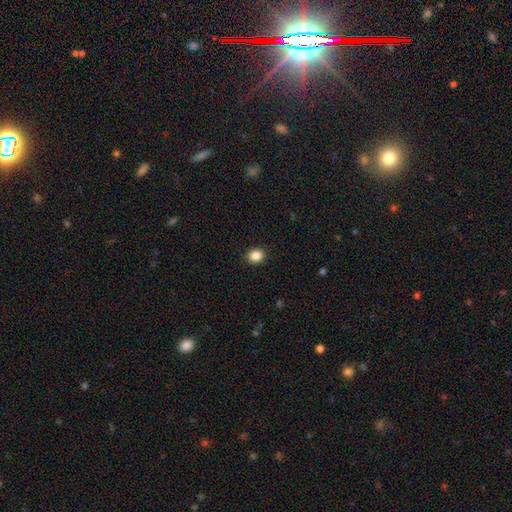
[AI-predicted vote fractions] A smooth galaxy with no disk features (86%) that is round (62%).

Vote fractions:
- Smooth or featured? smooth: 86% / star or artifact: 10% / featured or disk: 4%
- How rounded? round: 62% / in between: 37% / cigar-shaped: 1%
- Merging? none: 91% / minor disturbance: 6% / major disturbance: 2% / merger: 1%